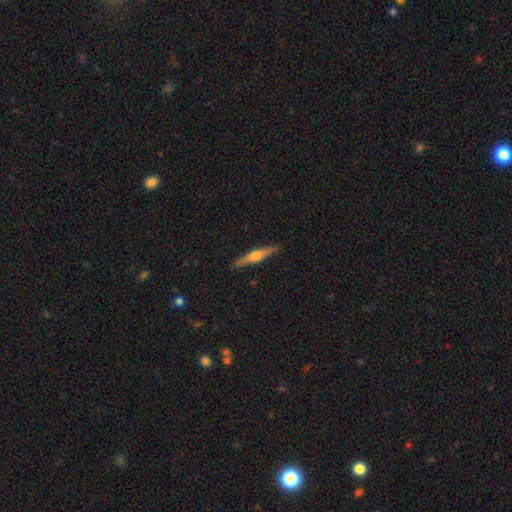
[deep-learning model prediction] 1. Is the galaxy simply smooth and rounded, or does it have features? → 60% featured or disk, 35% smooth, 6% star or artifact.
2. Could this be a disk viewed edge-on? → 97% yes, 3% no.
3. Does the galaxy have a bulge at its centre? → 89% rounded, 6% boxy, 5% none.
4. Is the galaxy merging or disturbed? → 90% none, 7% minor disturbance, 1% major disturbance, 1% merger.